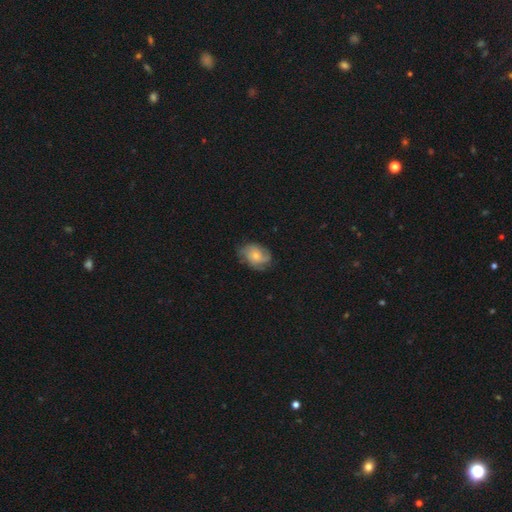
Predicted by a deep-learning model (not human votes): smooth_or_featured: featured or disk (p=0.53) [alt: smooth p=0.39]
disk_edge_on: no (p=0.97) [alt: yes p=0.03]
bar: no (p=0.80) [alt: weak p=0.17]
has_spiral_arms: yes (p=0.86) [alt: no p=0.14]
bulge_size: small (p=0.55) [alt: moderate p=0.40]
merging: none (p=0.67) [alt: minor disturbance p=0.24]